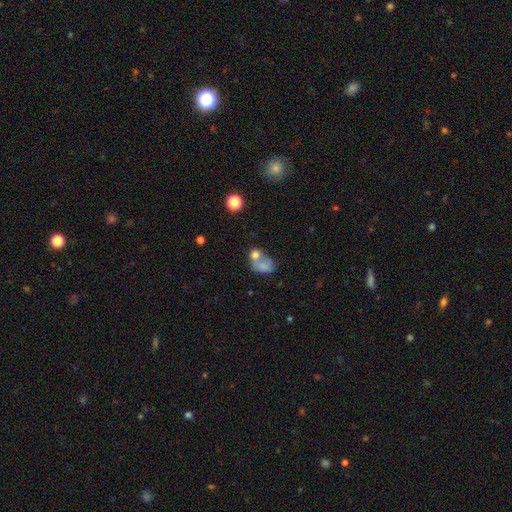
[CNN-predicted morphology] This appears to be a smooth galaxy with no disk features (72%) that is in between round and cigar-shaped (66%). Merging: merger (53%).